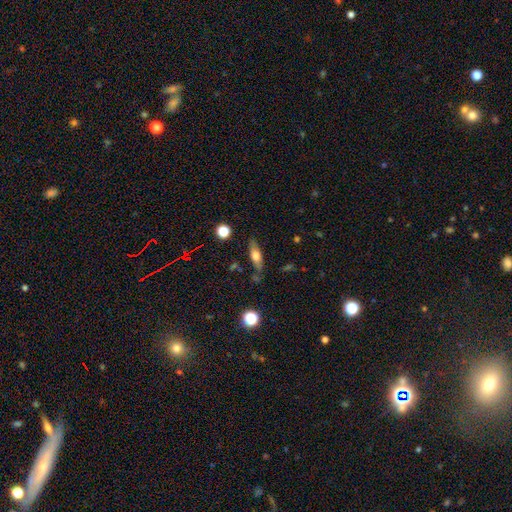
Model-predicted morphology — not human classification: Q: Smooth or featured?
A: smooth (52%); runner-up: featured or disk (40%)
Q: How rounded?
A: in between (52%); runner-up: cigar-shaped (42%)
Q: Merging?
A: none (76%); runner-up: minor disturbance (16%)